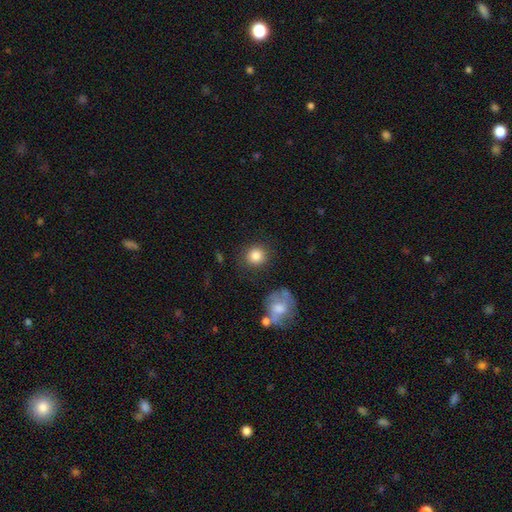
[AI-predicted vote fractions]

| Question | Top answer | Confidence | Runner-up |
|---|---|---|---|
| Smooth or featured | smooth | 84% | star or artifact (9%) |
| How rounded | round | 89% | in between (10%) |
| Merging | none | 84% | minor disturbance (9%) |